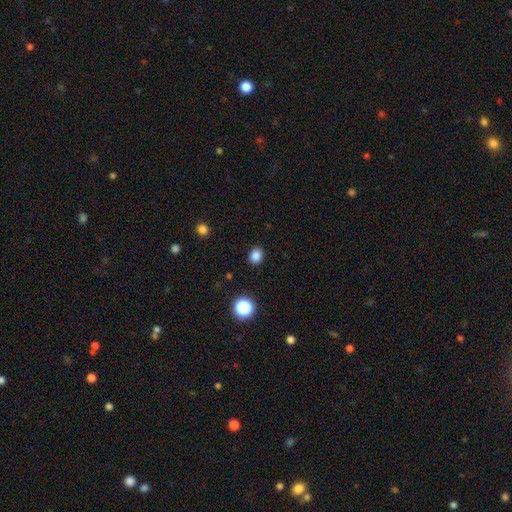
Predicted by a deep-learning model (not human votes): This is clearly a smooth galaxy (84%). How rounded: possibly round (57%). Merging: clearly none (89%).